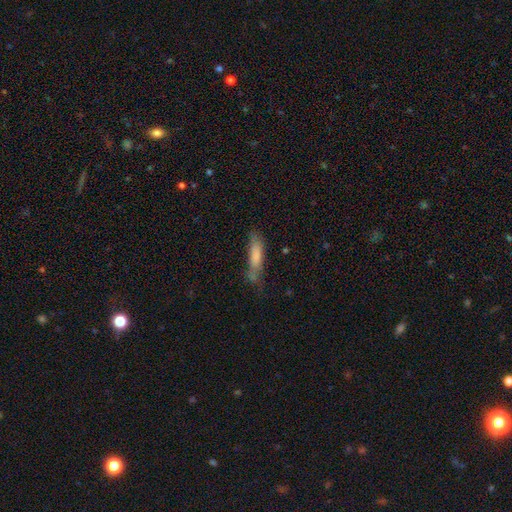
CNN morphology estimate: smooth 75%, featured or disk 18%, star or artifact 7%. Down the decision tree: how rounded — cigar-shaped (73%); merging — none (51%).